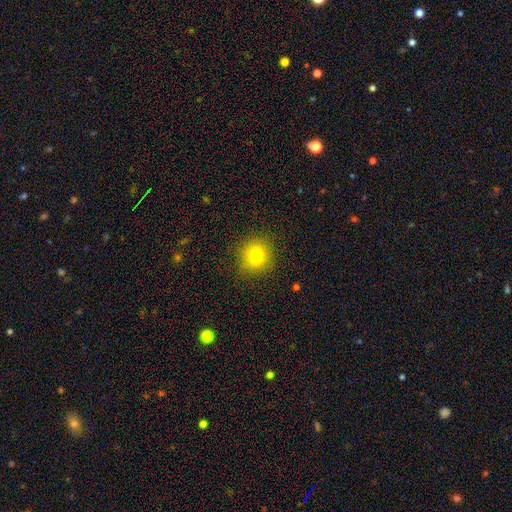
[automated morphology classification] The model was most divided on "smooth or featured": smooth: 78%, star or artifact: 13%, featured or disk: 9%. More confident: how rounded — round (90%); merging — none (88%).